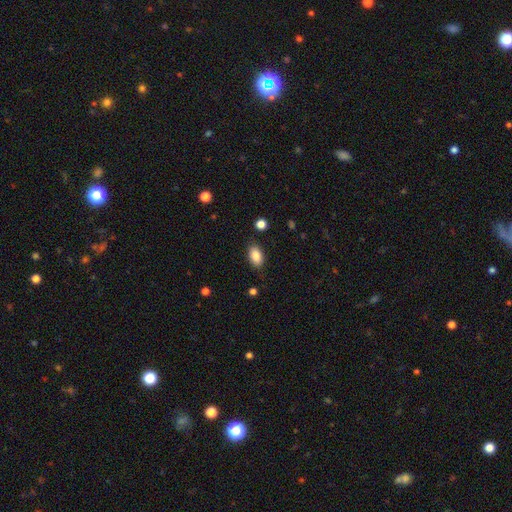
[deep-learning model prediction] This is clearly a smooth galaxy (86%). How rounded: clearly in between (91%). Merging: clearly none (86%).